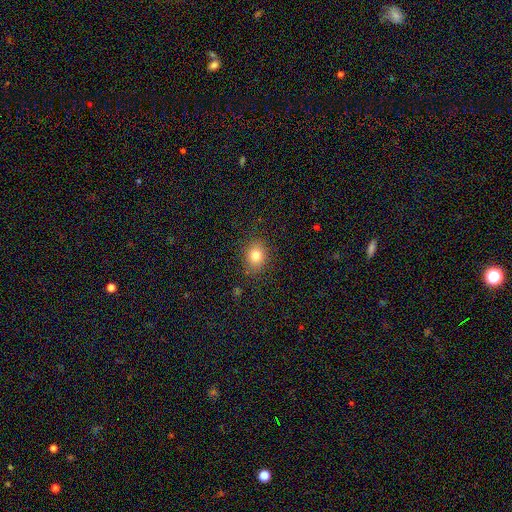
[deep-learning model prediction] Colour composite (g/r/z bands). It shows a smooth galaxy with no disk features (80%) that is in between round and cigar-shaped (50%). Merging: none (86%).